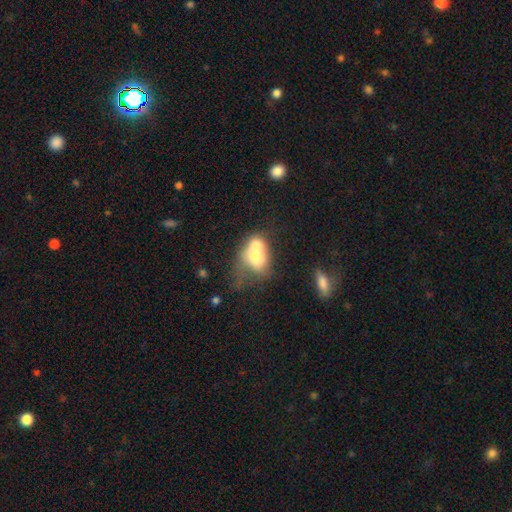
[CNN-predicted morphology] This is likely a smooth galaxy (63%). How rounded: possibly in between (55%). Merging: likely merger (72%).